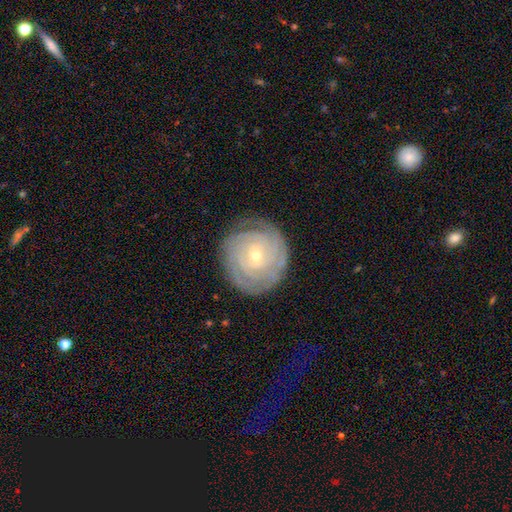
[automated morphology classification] type=featured or disk (83%); edge-on=no (97%); bar=no (67%); spiral arms=yes (96%); winding=tight (86%); arm count=can't tell (33%); bulge=small (69%); merging=none (82%).